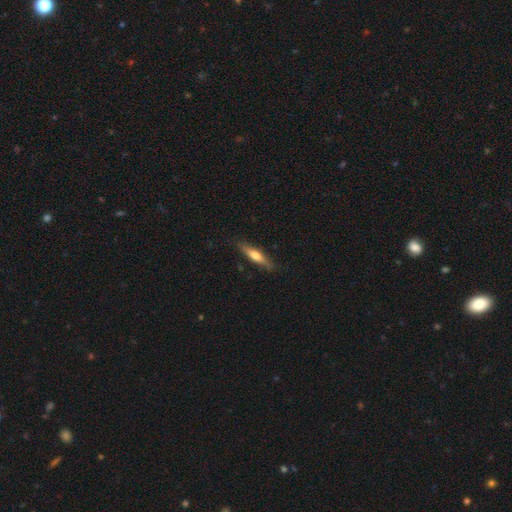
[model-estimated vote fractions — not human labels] Smooth or featured? smooth (50%)
How rounded? cigar-shaped (80%)
Merging? none (83%)